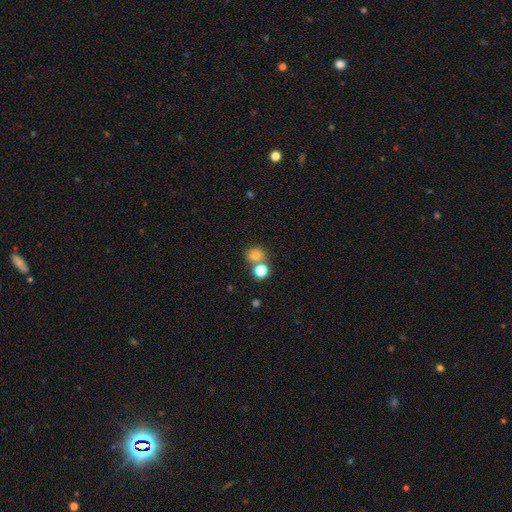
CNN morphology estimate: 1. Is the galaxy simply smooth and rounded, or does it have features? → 78% smooth, 15% star or artifact, 7% featured or disk.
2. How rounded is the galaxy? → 75% round, 24% in between, 1% cigar-shaped.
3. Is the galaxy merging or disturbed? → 55% none, 31% merger, 9% minor disturbance, 4% major disturbance.